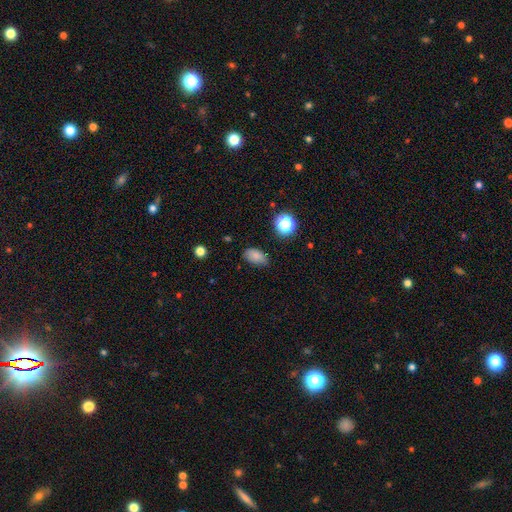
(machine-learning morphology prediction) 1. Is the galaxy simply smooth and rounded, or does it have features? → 81% smooth, 12% star or artifact, 7% featured or disk.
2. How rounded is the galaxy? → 89% in between, 9% round, 2% cigar-shaped.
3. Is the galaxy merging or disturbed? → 79% none, 16% minor disturbance, 3% major disturbance, 2% merger.